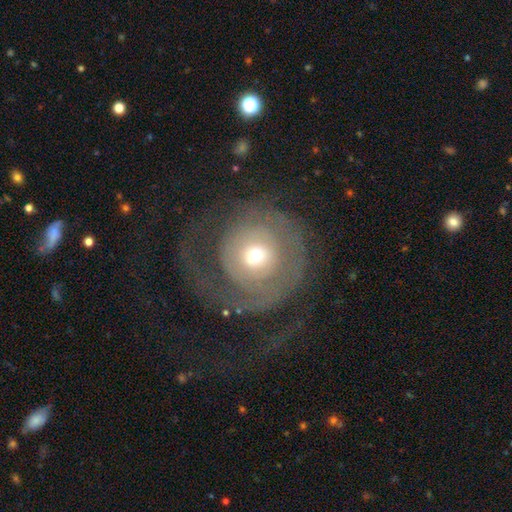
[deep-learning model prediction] A featured or disk galaxy (63%) with no bar (84%), spiral arms (64%) and a small central bulge (51%).

Vote fractions:
- Smooth or featured? featured or disk: 63% / smooth: 29% / star or artifact: 8%
- Edge-on disk? no: 97% / yes: 3%
- Bar? no: 84% / weak: 13% / strong: 4%
- Spiral arms? yes: 64% / no: 36%
- Bulge size? small: 51% / moderate: 40% / large: 6% / dominant: 2% / none: 1%
- Merging? none: 46% / major disturbance: 38% / minor disturbance: 14% / merger: 2%